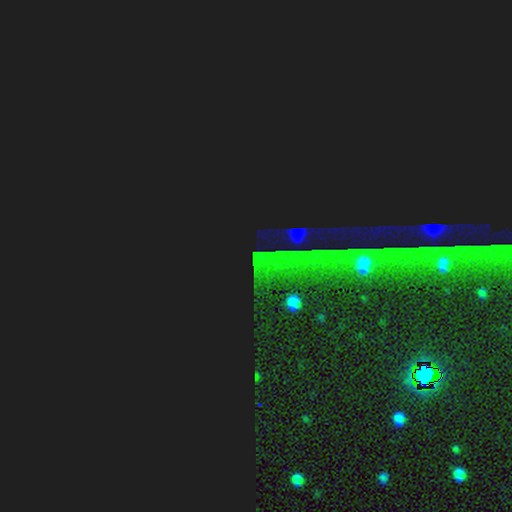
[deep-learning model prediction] Smooth or featured?
  - star or artifact: 80% *
  - featured or disk: 10%
  - smooth: 10%